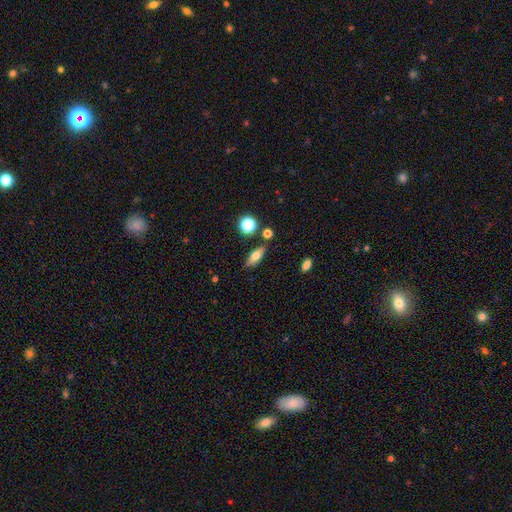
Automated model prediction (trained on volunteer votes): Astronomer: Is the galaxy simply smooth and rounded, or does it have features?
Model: smooth — 67%.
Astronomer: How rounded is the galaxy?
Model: in between — 68%.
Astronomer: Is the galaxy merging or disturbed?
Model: none — 80%.